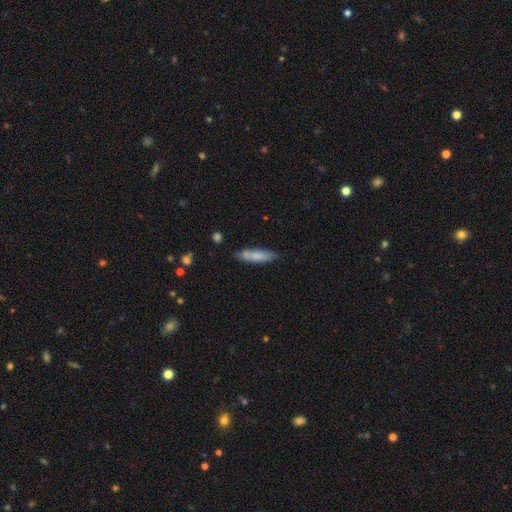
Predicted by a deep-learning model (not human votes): smooth_or_featured: smooth (p=0.78) [alt: featured or disk p=0.16]
how_rounded: cigar-shaped (p=0.72) [alt: in between p=0.27]
merging: none (p=0.74) [alt: minor disturbance p=0.17]